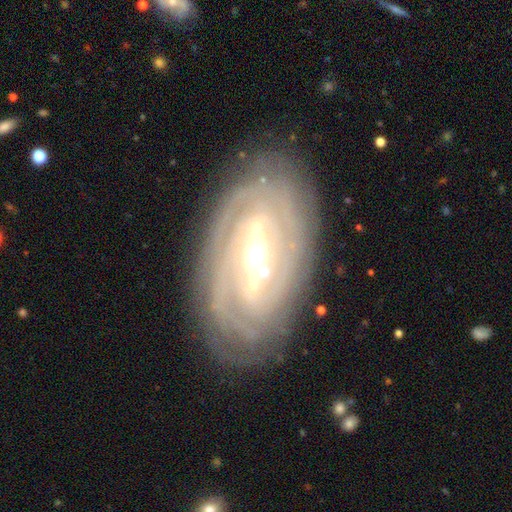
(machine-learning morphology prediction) smooth-or-featured: featured or disk: 88% | smooth: 7% | star or artifact: 5%
  disk-edge-on: no: 93% | yes: 7%
    bar: strong: 63% | weak: 28% | no: 10%
    has-spiral-arms: yes: 94% | no: 6%
      spiral-winding: tight: 77% | medium: 18% | loose: 4%
      spiral-arm-count: can't tell: 33% | 2: 25% | 3: 16% | 4: 13% | more than 4: 8% | 1: 5%
    bulge-size: moderate: 57% | small: 35% | large: 5% | none: 1% | dominant: 1%
  merging: none: 82% | minor disturbance: 13% | major disturbance: 4% | merger: 1%